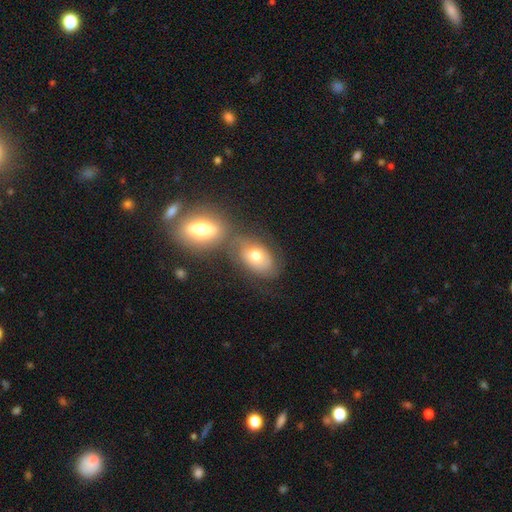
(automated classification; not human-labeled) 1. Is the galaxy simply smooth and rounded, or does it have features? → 62% smooth, 29% featured or disk, 9% star or artifact.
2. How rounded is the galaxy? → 83% in between, 15% round, 2% cigar-shaped.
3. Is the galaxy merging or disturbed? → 45% none, 35% merger, 14% minor disturbance, 6% major disturbance.